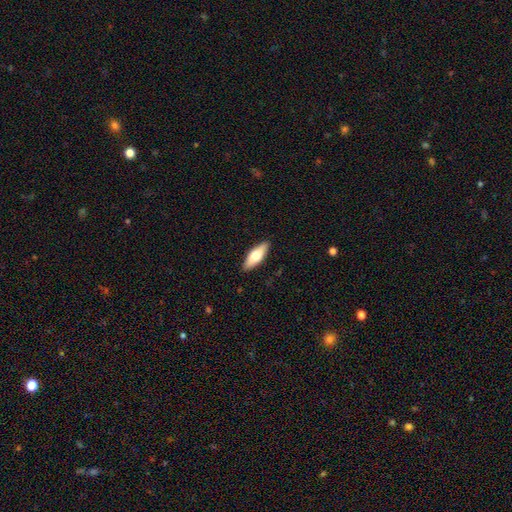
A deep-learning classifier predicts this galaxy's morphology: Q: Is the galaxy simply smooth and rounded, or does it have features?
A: smooth — 65%.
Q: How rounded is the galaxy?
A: in between — 65%.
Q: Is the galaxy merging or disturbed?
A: none — 89%.